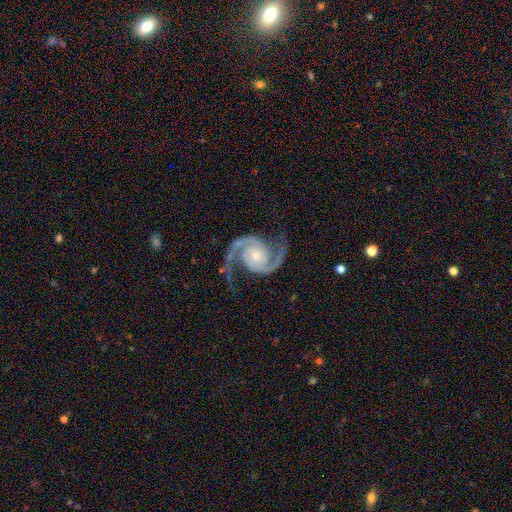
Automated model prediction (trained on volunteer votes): Q: Smooth or featured?
A: featured or disk (95%); runner-up: star or artifact (3%)
Q: Edge-on disk?
A: no (98%); runner-up: yes (2%)
Q: Bar?
A: no (67%); runner-up: weak (23%)
Q: Spiral arms?
A: yes (99%); runner-up: no (1%)
Q: Spiral winding?
A: medium (62%); runner-up: tight (22%)
Q: Spiral arm count?
A: 2 (95%); runner-up: 3 (1%)
Q: Bulge size?
A: small (60%); runner-up: moderate (32%)
Q: Merging?
A: none (79%); runner-up: minor disturbance (12%)